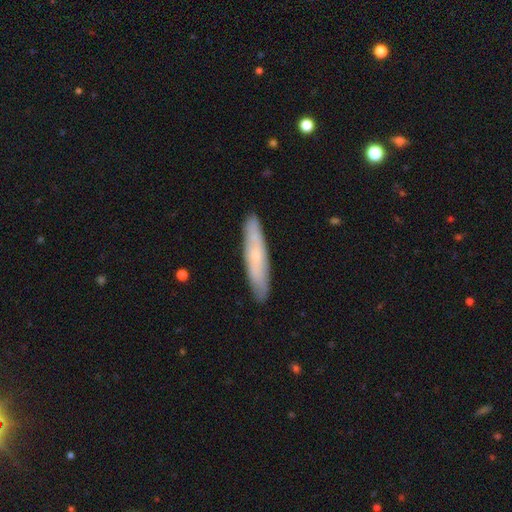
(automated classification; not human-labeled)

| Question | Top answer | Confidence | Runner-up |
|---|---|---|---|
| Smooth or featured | smooth | 55% | featured or disk (39%) |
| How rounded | cigar-shaped | 87% | in between (12%) |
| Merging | none | 89% | minor disturbance (9%) |